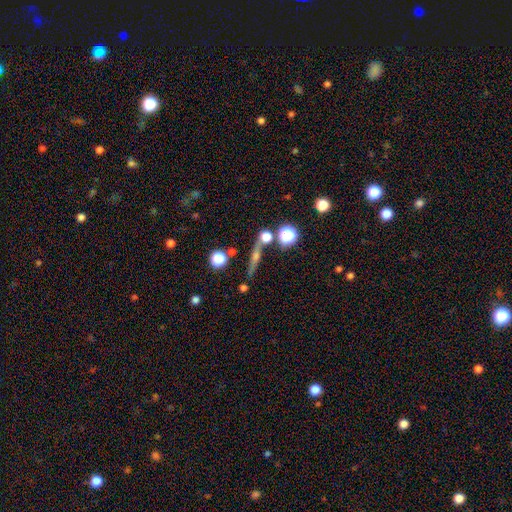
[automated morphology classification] Smooth or featured? Predicted: featured or disk (p=0.60). Edge-on disk? Predicted: yes (p=0.91). Edge-on bulge? Predicted: rounded (p=0.84). Merging? Predicted: none (p=0.77).